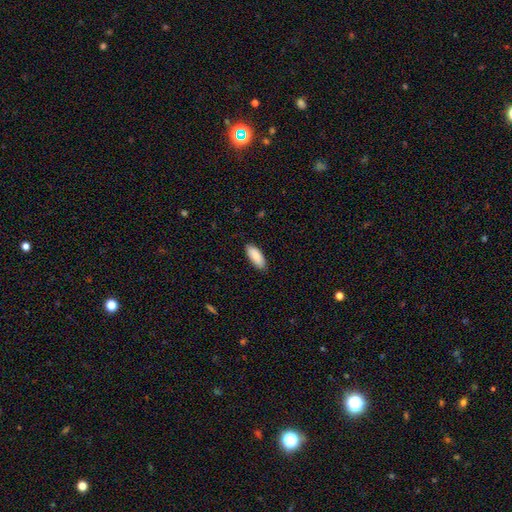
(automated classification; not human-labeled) A smooth galaxy with no disk features (87%) that is in between round and cigar-shaped (82%). Merging: none (86%).